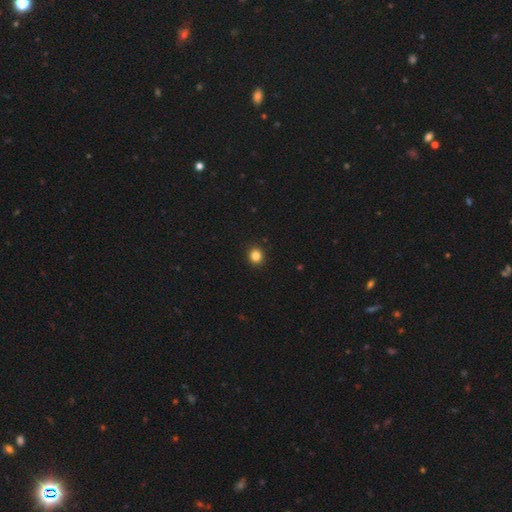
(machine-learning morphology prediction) smooth_or_featured: smooth (p=0.85) [alt: star or artifact p=0.12]
how_rounded: round (p=0.88) [alt: in between p=0.11]
merging: none (p=0.93) [alt: minor disturbance p=0.04]